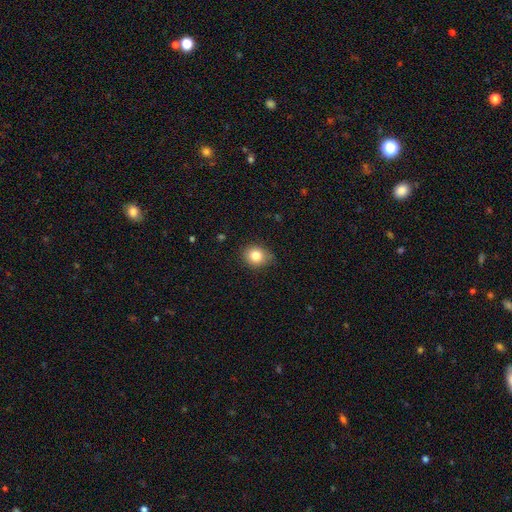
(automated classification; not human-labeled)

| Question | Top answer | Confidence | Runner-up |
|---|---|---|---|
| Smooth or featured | smooth | 82% | star or artifact (10%) |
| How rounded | round | 69% | in between (30%) |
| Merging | none | 79% | minor disturbance (17%) |